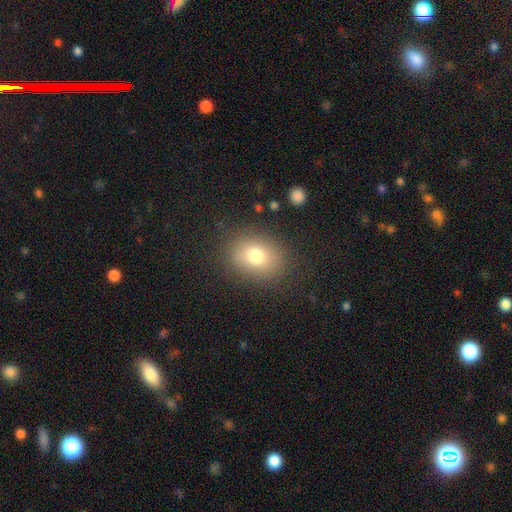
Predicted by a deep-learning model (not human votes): The model was most divided on "how rounded": in between: 51%, round: 48%, cigar-shaped: 1%. More confident: merging — none (84%); smooth or featured — smooth (77%).